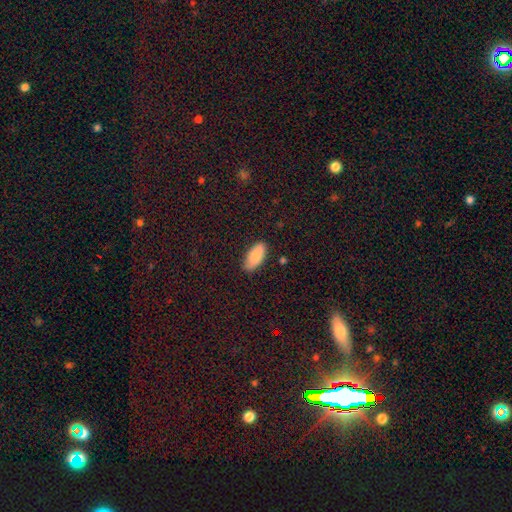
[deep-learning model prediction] The model was most divided on "merging": none: 85%, minor disturbance: 11%, major disturbance: 2%, merger: 1%. More confident: how rounded — in between (87%); smooth or featured — smooth (86%).